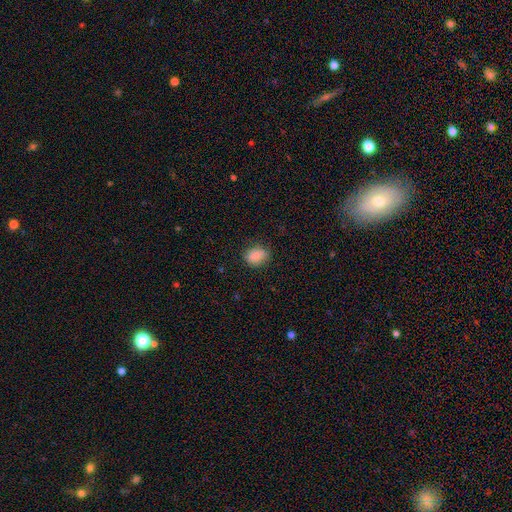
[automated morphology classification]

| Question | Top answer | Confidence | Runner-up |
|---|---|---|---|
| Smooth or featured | smooth | 87% | star or artifact (9%) |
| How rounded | in between | 68% | round (31%) |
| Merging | none | 77% | minor disturbance (17%) |